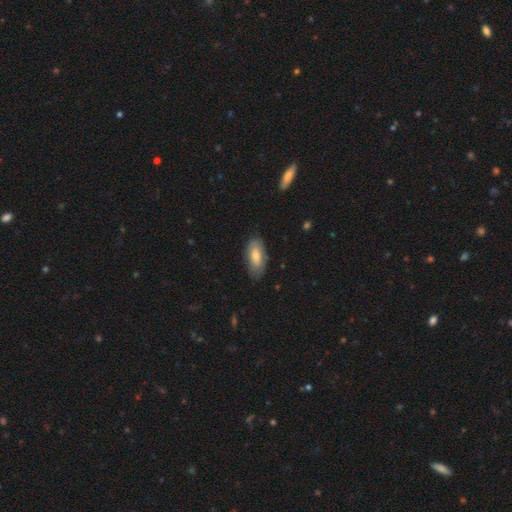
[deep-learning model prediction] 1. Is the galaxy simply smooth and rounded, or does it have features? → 69% smooth, 25% featured or disk, 6% star or artifact.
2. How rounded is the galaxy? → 88% in between, 10% cigar-shaped, 2% round.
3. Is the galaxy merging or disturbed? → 73% none, 21% minor disturbance, 5% major disturbance, 1% merger.